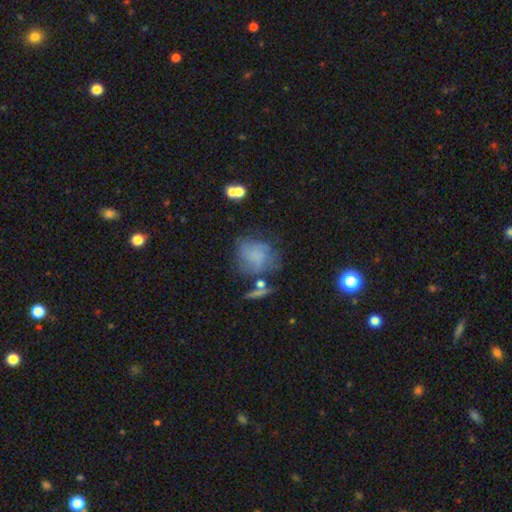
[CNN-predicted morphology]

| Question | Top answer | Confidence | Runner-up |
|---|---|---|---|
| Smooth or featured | smooth | 50% | featured or disk (38%) |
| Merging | none | 46% | minor disturbance (25%) |